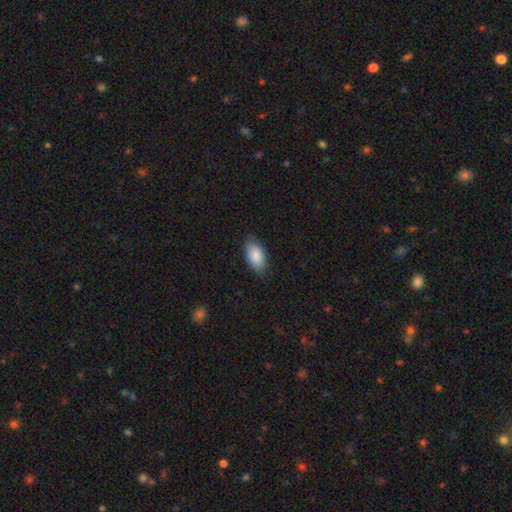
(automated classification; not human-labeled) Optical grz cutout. It shows a smooth galaxy with no disk features (88%) that is in between round and cigar-shaped (94%). Merging: none (84%).